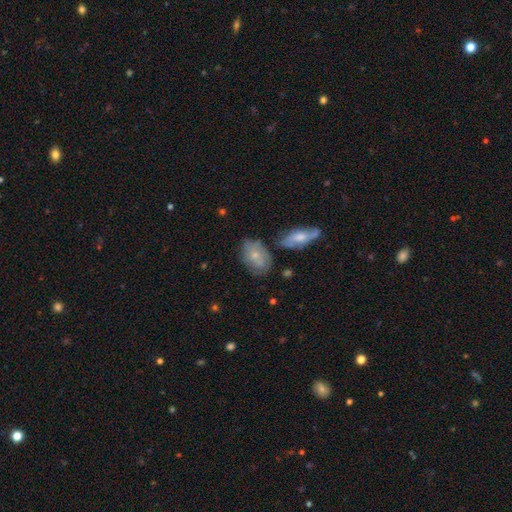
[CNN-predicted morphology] A smooth galaxy with no disk features (56%) that is in between round and cigar-shaped (83%).

Vote fractions:
- Smooth or featured? smooth: 56% / featured or disk: 37% / star or artifact: 7%
- How rounded? in between: 83% / round: 15% / cigar-shaped: 2%
- Merging? none: 56% / minor disturbance: 26% / merger: 9% / major disturbance: 9%